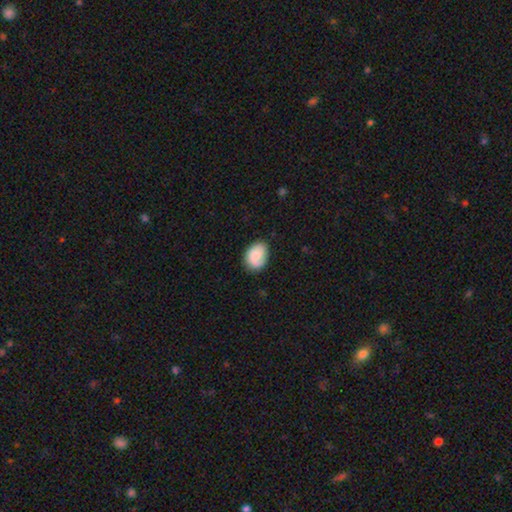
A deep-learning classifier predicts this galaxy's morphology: This appears to be a smooth galaxy with no disk features (70%) that is in between round and cigar-shaped (67%). Merging: none (73%).